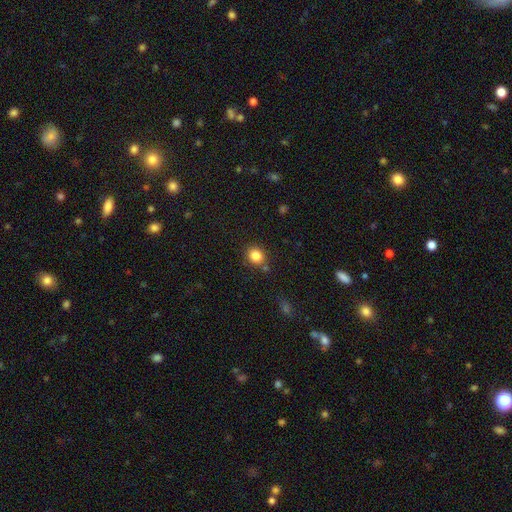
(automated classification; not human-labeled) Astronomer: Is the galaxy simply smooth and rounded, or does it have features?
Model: smooth — 84%.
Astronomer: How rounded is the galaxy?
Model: round — 75%.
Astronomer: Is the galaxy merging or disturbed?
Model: none — 80%.